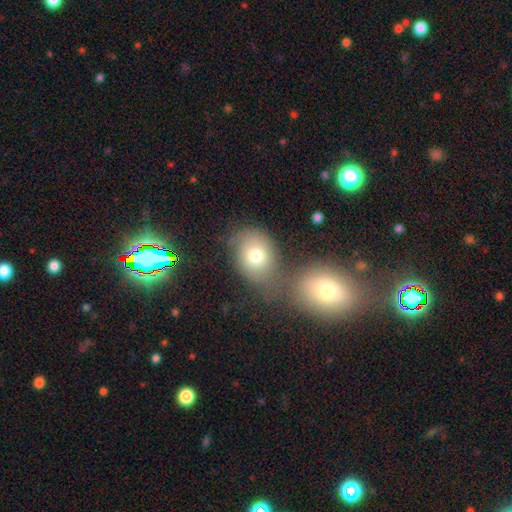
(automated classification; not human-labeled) This appears to be a smooth galaxy with no disk features (72%) that is round (53%). Merging: none (49%).